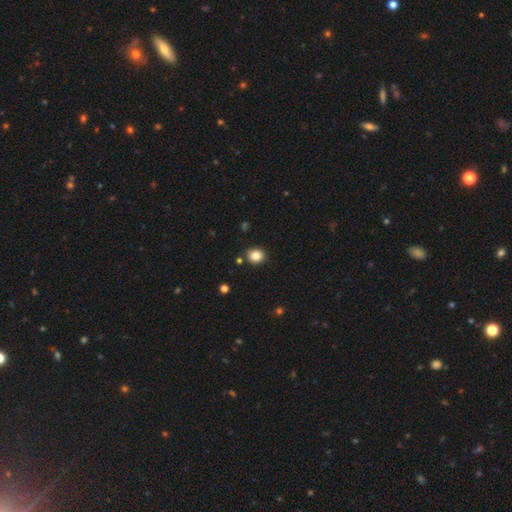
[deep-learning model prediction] A smooth galaxy with no disk features (85%) that is round (78%). Merging: none (87%).